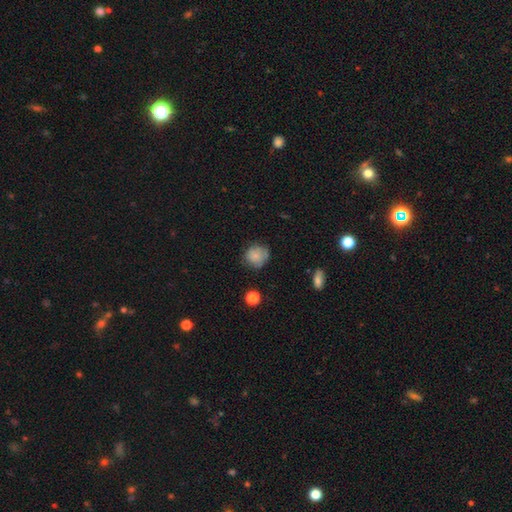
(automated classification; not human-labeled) Q: Smooth or featured?
A: smooth (76%); runner-up: featured or disk (14%)
Q: How rounded?
A: round (82%); runner-up: in between (17%)
Q: Merging?
A: none (65%); runner-up: minor disturbance (25%)